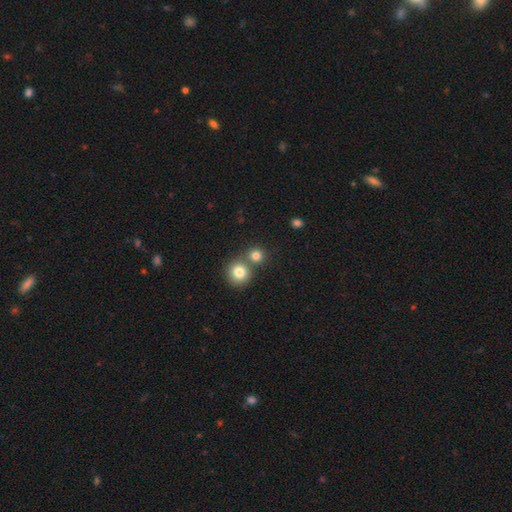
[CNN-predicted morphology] Overall: smooth (80%). How rounded: round (89%). Merging: none (60%; merger 31%).